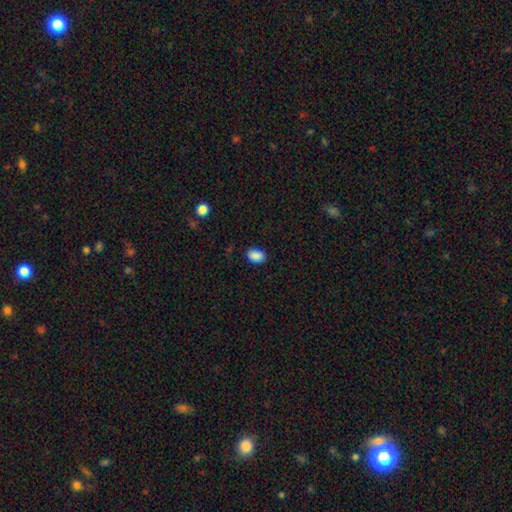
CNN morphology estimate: smooth_or_featured: smooth (p=0.88) [alt: star or artifact p=0.08]
how_rounded: in between (p=0.88) [alt: round p=0.11]
merging: none (p=0.84) [alt: minor disturbance p=0.12]